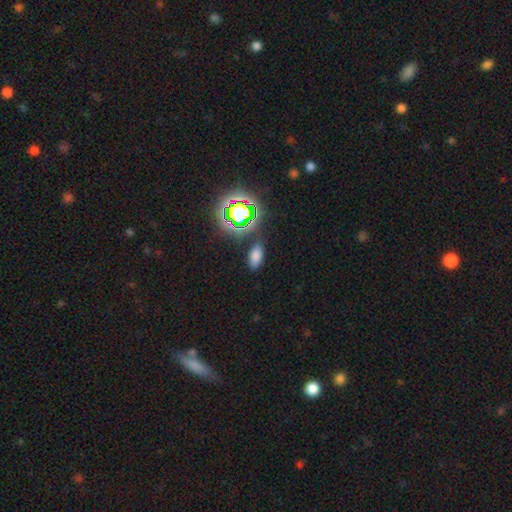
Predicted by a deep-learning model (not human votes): Overall: smooth (69%). How rounded: in between (90%). Merging: none (84%).